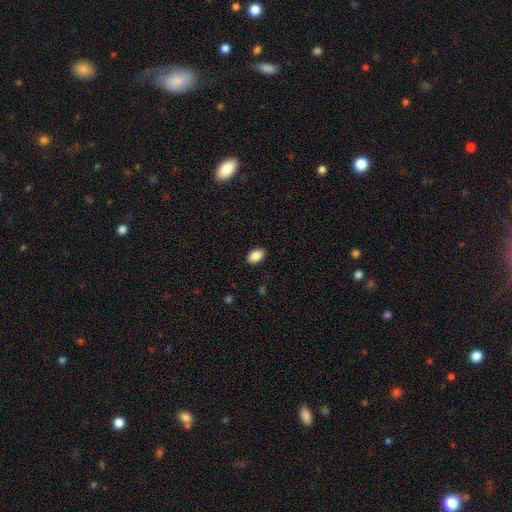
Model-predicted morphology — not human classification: Smooth or featured?
  - smooth: 88% *
  - star or artifact: 7%
  - featured or disk: 5%
How rounded?
  - in between: 91% *
  - round: 7%
  - cigar-shaped: 1%
Merging?
  - none: 89% *
  - minor disturbance: 8%
  - major disturbance: 2%
  - merger: 1%